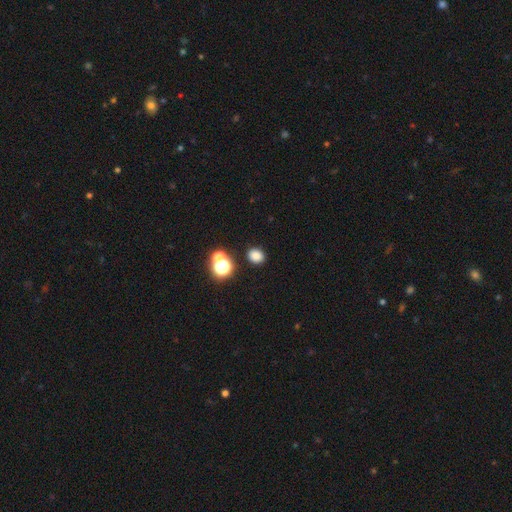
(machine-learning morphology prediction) Smooth or featured?
  - smooth: 79% *
  - star or artifact: 16%
  - featured or disk: 5%
How rounded?
  - round: 58% *
  - in between: 41%
  - cigar-shaped: 1%
Merging?
  - none: 85% *
  - minor disturbance: 7%
  - merger: 5%
  - major disturbance: 3%